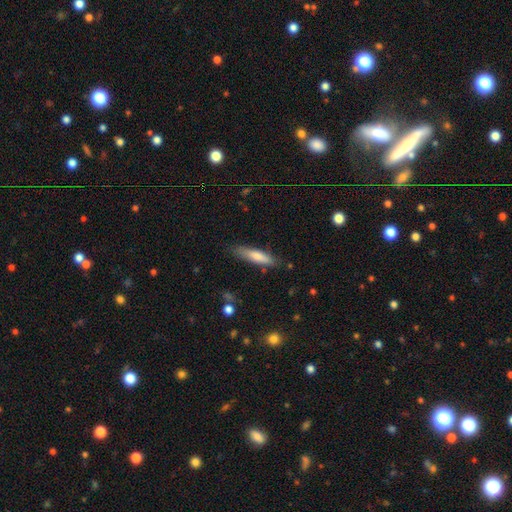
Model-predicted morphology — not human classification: Q: Smooth or featured?
A: smooth (69%); runner-up: featured or disk (25%)
Q: How rounded?
A: cigar-shaped (81%); runner-up: in between (18%)
Q: Merging?
A: none (82%); runner-up: minor disturbance (14%)